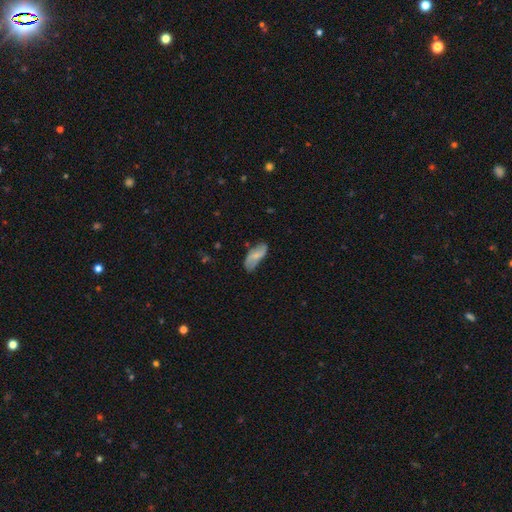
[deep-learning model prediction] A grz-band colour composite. It shows a smooth galaxy with no disk features (53%) that is in between round and cigar-shaped (83%). Merging: none (66%).